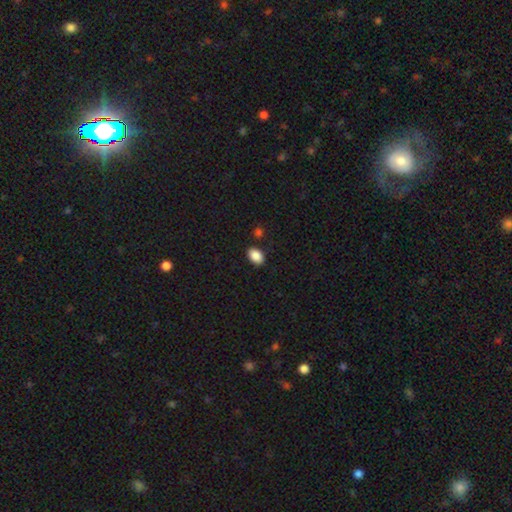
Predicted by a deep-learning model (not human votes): Morphology: type=smooth (88%); roundness=in between (85%); merging=none (85%).